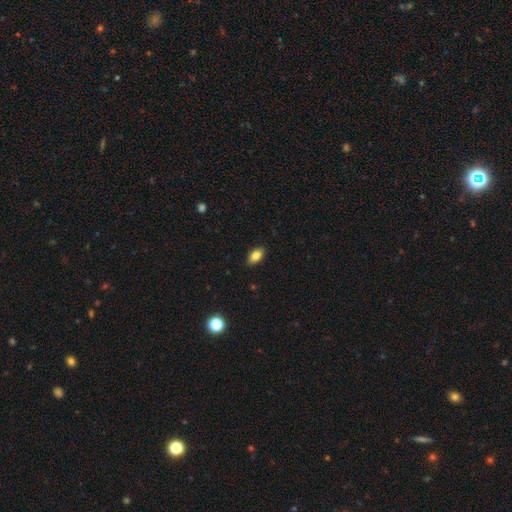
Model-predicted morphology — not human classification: This is clearly a smooth galaxy (81%). How rounded: clearly in between (90%). Merging: clearly none (89%).